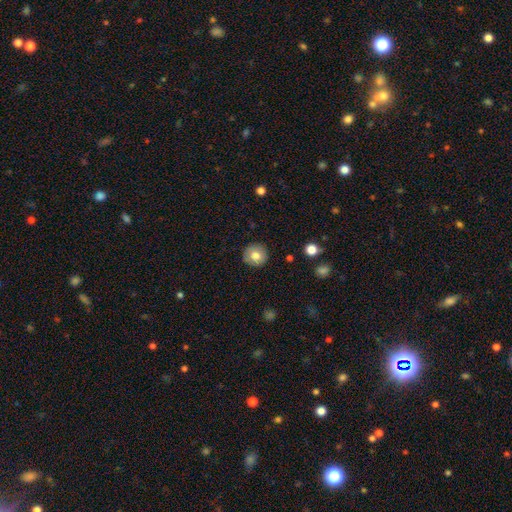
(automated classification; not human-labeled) A smooth galaxy with no disk features (77%) that is round (93%).

Vote fractions:
- Smooth or featured? smooth: 77% / featured or disk: 14% / star or artifact: 9%
- How rounded? round: 93% / in between: 6% / cigar-shaped: 1%
- Merging? none: 89% / minor disturbance: 8% / major disturbance: 2% / merger: 1%